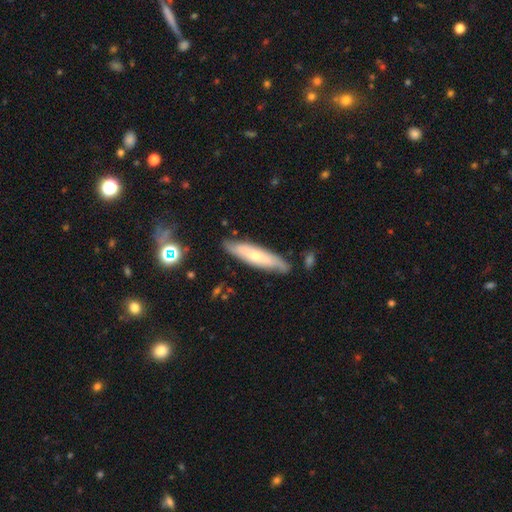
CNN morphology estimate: smooth_or_featured: smooth (p=0.47) [alt: featured or disk p=0.46]
merging: none (p=0.80) [alt: minor disturbance p=0.15]